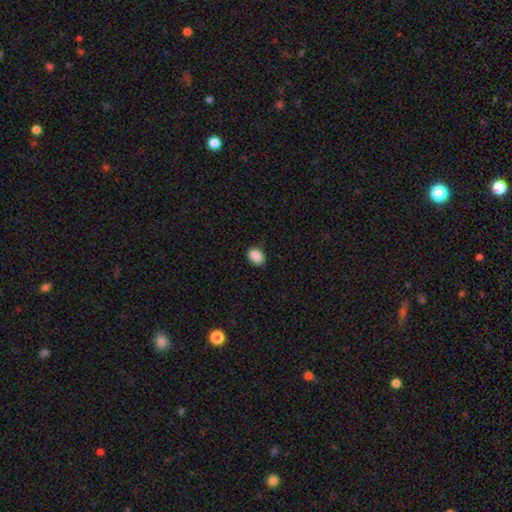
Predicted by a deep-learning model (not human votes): smooth_or_featured: smooth (p=0.89) [alt: star or artifact p=0.08]
how_rounded: in between (p=0.72) [alt: round p=0.27]
merging: none (p=0.83) [alt: minor disturbance p=0.13]